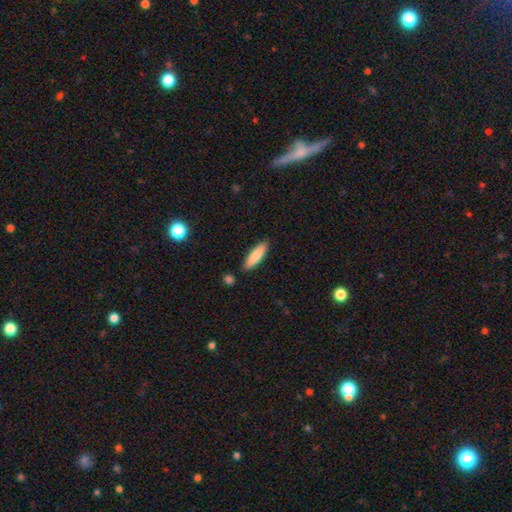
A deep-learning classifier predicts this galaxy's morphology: This appears to be a smooth galaxy with no disk features (82%) that is cigar-shaped (57%). Merging: none (86%).